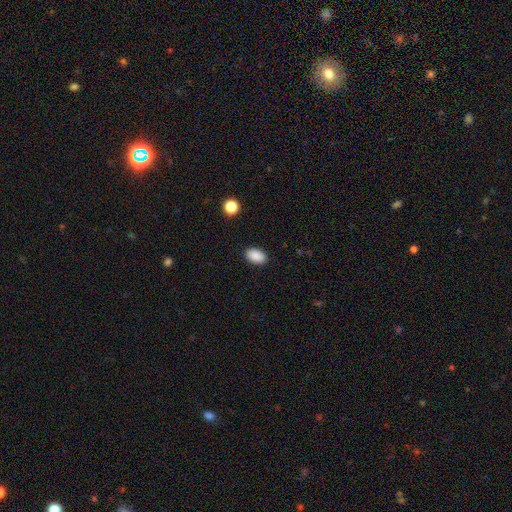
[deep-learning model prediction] This is clearly a smooth galaxy (89%). How rounded: clearly in between (88%). Merging: clearly none (89%).